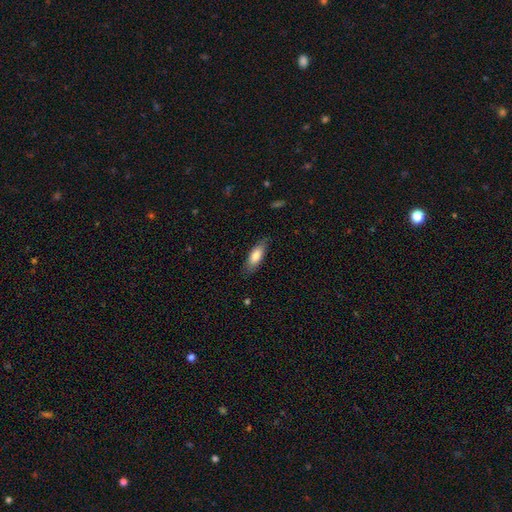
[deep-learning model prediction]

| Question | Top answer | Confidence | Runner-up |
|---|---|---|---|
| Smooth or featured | smooth | 79% | featured or disk (15%) |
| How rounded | in between | 67% | cigar-shaped (31%) |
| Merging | none | 79% | minor disturbance (16%) |